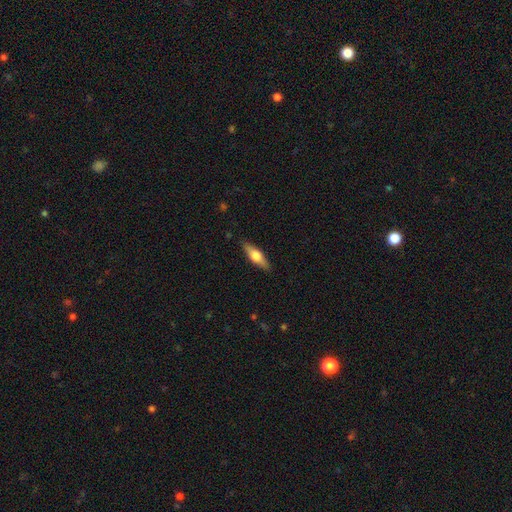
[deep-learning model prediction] This appears to be a featured or disk galaxy (49%). Merging: none (88%).